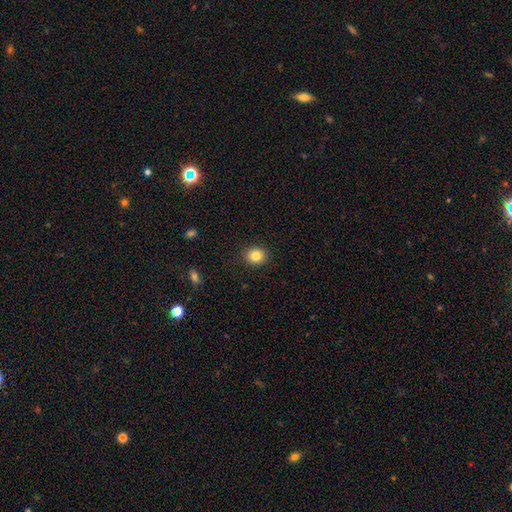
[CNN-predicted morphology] Overall: smooth (82%). How rounded: round (74%). Merging: none (90%).